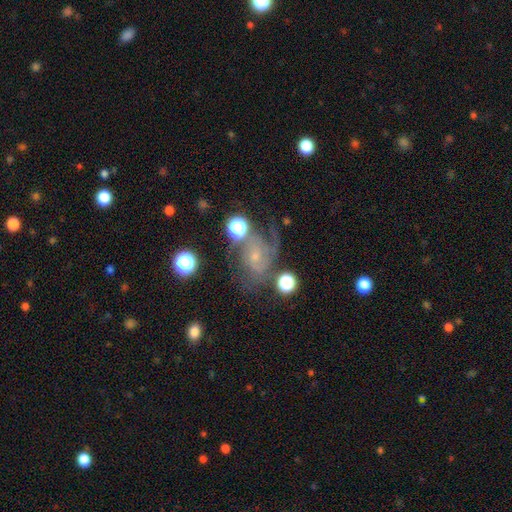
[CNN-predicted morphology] smooth-or-featured: featured or disk: 71% | smooth: 16% | star or artifact: 14%
  disk-edge-on: no: 97% | yes: 3%
    bar: no: 59% | weak: 34% | strong: 7%
    has-spiral-arms: yes: 90% | no: 10%
      spiral-winding: medium: 45% | tight: 31% | loose: 24%
      spiral-arm-count: 2: 41% | can't tell: 28% | 3: 13% | 1: 9% | 4: 5% | more than 4: 4%
    bulge-size: small: 69% | moderate: 23% | none: 5% | large: 2% | dominant: 1%
  merging: none: 48% | major disturbance: 24% | minor disturbance: 21% | merger: 8%